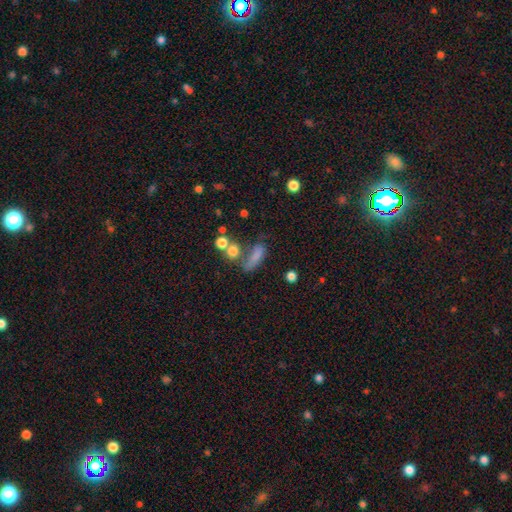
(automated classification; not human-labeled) A smooth galaxy with no disk features (71%) that is in between round and cigar-shaped (53%).

Vote fractions:
- Smooth or featured? smooth: 71% / featured or disk: 15% / star or artifact: 14%
- How rounded? in between: 53% / cigar-shaped: 35% / round: 12%
- Merging? none: 41% / merger: 22% / minor disturbance: 19% / major disturbance: 18%